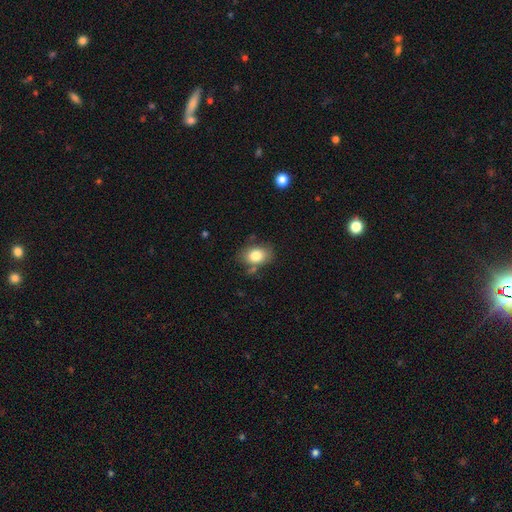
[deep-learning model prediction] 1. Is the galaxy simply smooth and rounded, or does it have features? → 81% smooth, 10% featured or disk, 9% star or artifact.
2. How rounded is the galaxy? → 71% in between, 28% round, 1% cigar-shaped.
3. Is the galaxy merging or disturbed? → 71% none, 18% minor disturbance, 6% merger, 5% major disturbance.